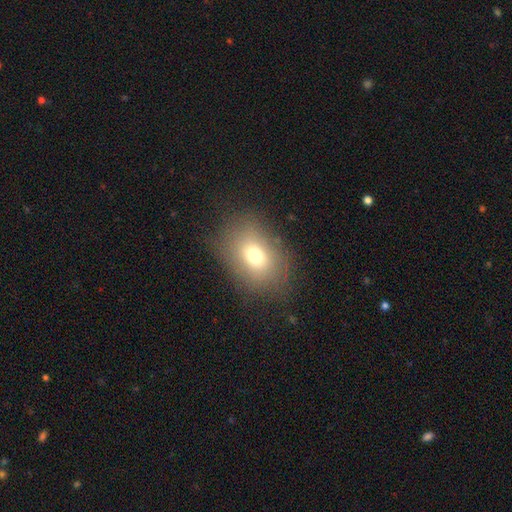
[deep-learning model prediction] A smooth galaxy with no disk features (72%) that is in between round and cigar-shaped (65%).

Vote fractions:
- Smooth or featured? smooth: 72% / star or artifact: 14% / featured or disk: 14%
- How rounded? in between: 65% / round: 34% / cigar-shaped: 1%
- Merging? none: 78% / minor disturbance: 13% / major disturbance: 7% / merger: 1%